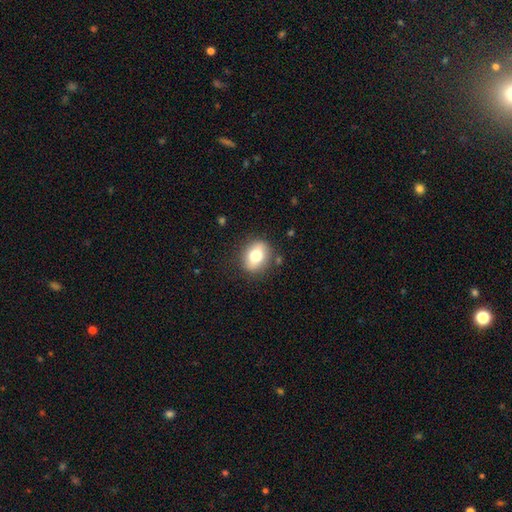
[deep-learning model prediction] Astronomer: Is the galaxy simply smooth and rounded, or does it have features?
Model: smooth — 70%.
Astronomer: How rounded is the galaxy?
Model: in between — 58% (runner-up: round, 41%).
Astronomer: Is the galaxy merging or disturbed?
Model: none — 83%.